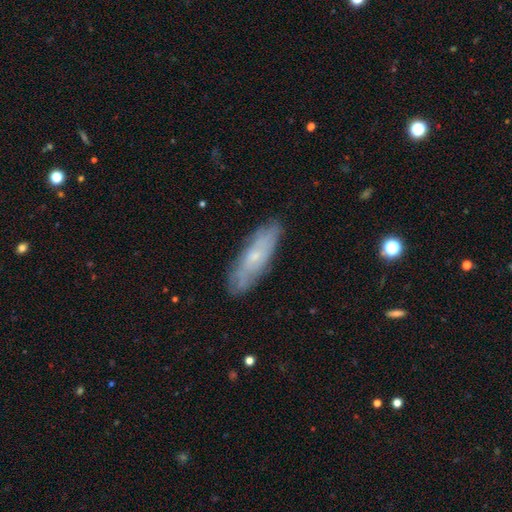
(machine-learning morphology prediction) A featured or disk galaxy (49%). Merging: none (82%).